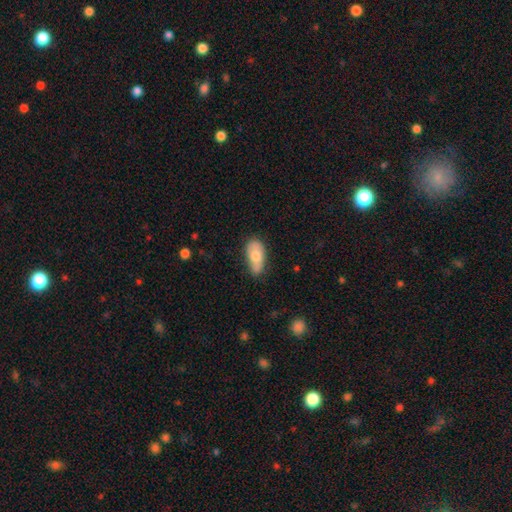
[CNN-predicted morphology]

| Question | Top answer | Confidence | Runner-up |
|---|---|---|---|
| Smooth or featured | smooth | 68% | featured or disk (26%) |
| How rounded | in between | 89% | cigar-shaped (6%) |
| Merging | none | 59% | minor disturbance (31%) |